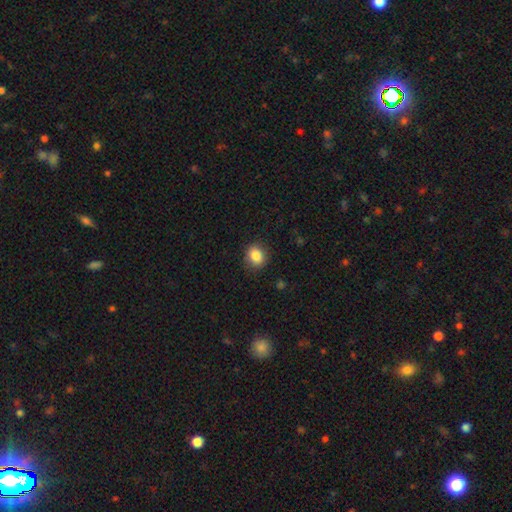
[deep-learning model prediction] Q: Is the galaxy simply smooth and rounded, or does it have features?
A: smooth — 86%.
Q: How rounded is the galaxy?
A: round — 59%.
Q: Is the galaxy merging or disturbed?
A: none — 85%.